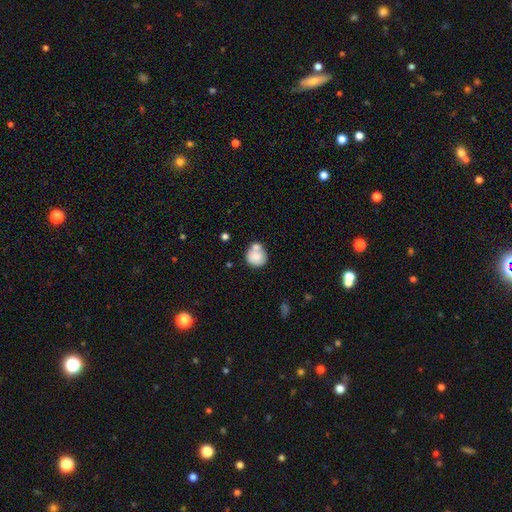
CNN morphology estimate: smooth 73%, featured or disk 19%, star or artifact 8%. Down the decision tree: how rounded — round (85%); merging — none (44%).